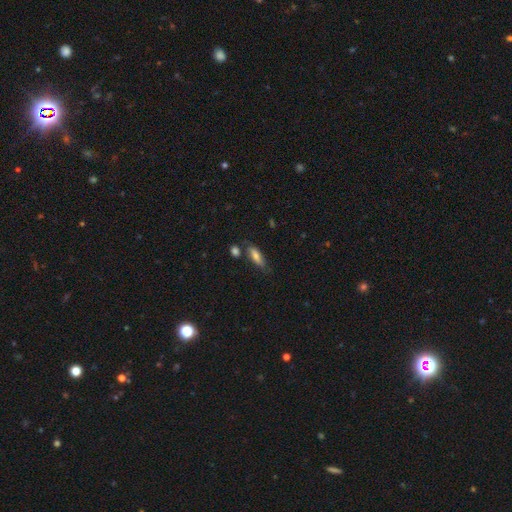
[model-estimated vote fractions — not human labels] A smooth galaxy with no disk features (70%) that is in between round and cigar-shaped (57%). Merging: none (65%).